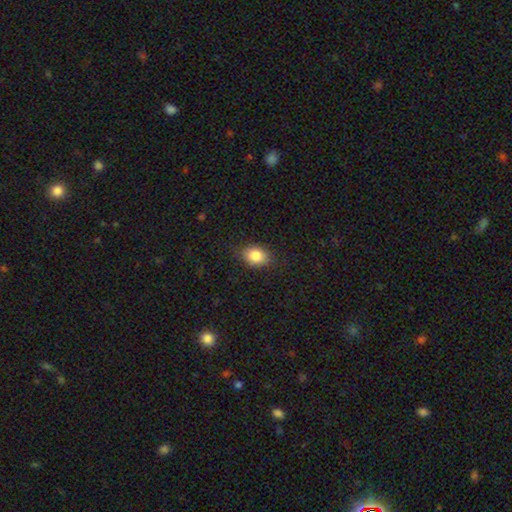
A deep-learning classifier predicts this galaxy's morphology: type=smooth (83%); roundness=in between (72%); merging=none (81%).